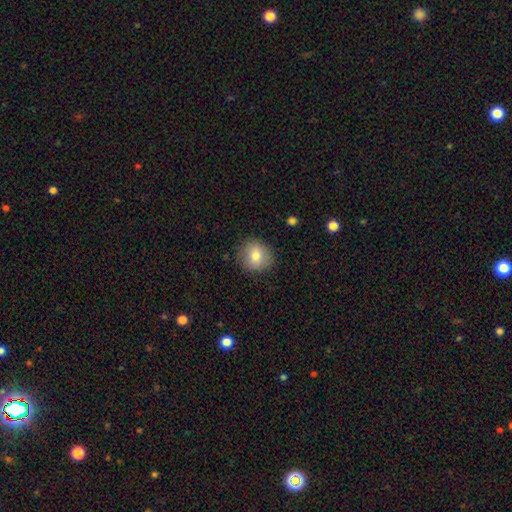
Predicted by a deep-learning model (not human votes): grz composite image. It shows a smooth galaxy with no disk features (78%) that is round (85%). Merging: none (87%).